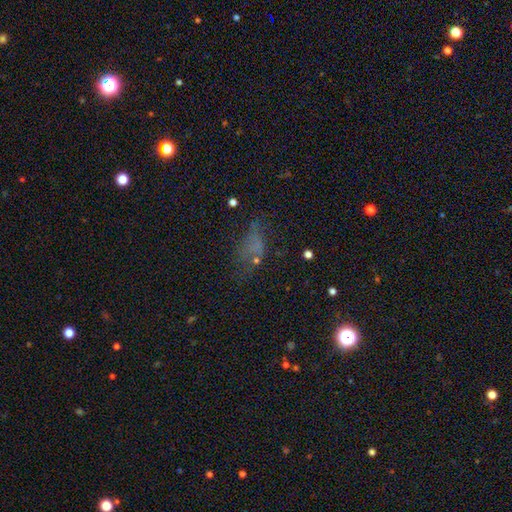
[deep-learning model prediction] Smooth or featured?
  - smooth: 48% *
  - star or artifact: 27%
  - featured or disk: 26%
Merging?
  - none: 42% *
  - major disturbance: 29%
  - minor disturbance: 23%
  - merger: 6%